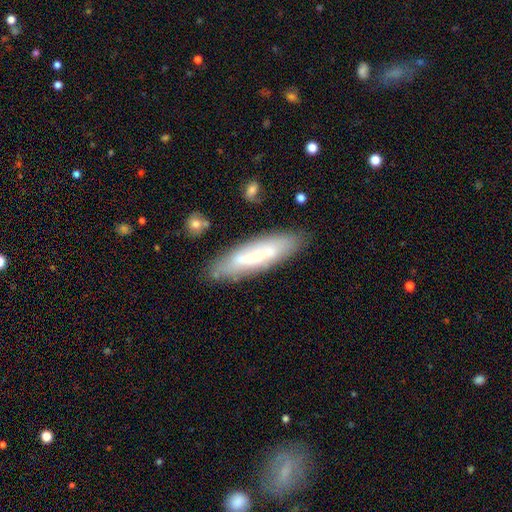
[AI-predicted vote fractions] A smooth galaxy with no disk features (46%, tied with featured or disk).

Vote fractions:
- Smooth or featured? smooth: 46% (tied) / featured or disk: 46% (tied) / star or artifact: 7%
- Merging? none: 78% / minor disturbance: 14% / major disturbance: 4% / merger: 3%